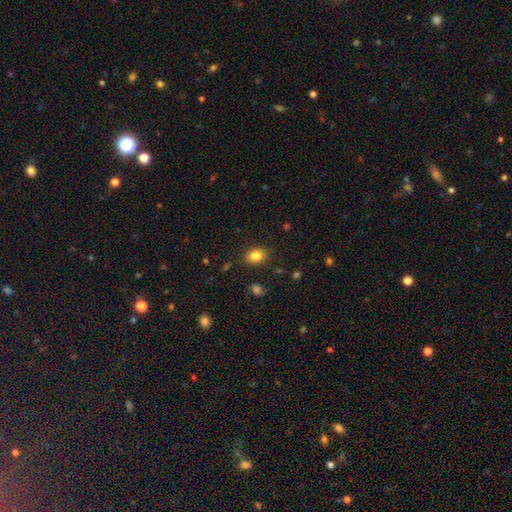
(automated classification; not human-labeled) A smooth galaxy with no disk features (83%) that is in between round and cigar-shaped (66%).

Vote fractions:
- Smooth or featured? smooth: 83% / star or artifact: 10% / featured or disk: 7%
- How rounded? in between: 66% / round: 33% / cigar-shaped: 1%
- Merging? none: 85% / minor disturbance: 11% / major disturbance: 3% / merger: 2%